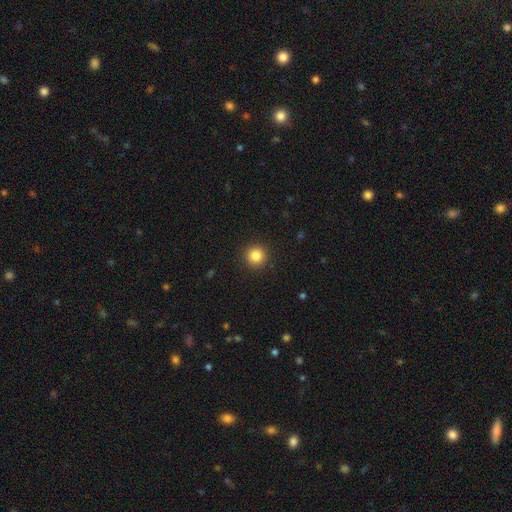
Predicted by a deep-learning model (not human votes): Q: Smooth or featured?
A: smooth (84%); runner-up: star or artifact (11%)
Q: How rounded?
A: round (95%); runner-up: in between (4%)
Q: Merging?
A: none (92%); runner-up: minor disturbance (5%)